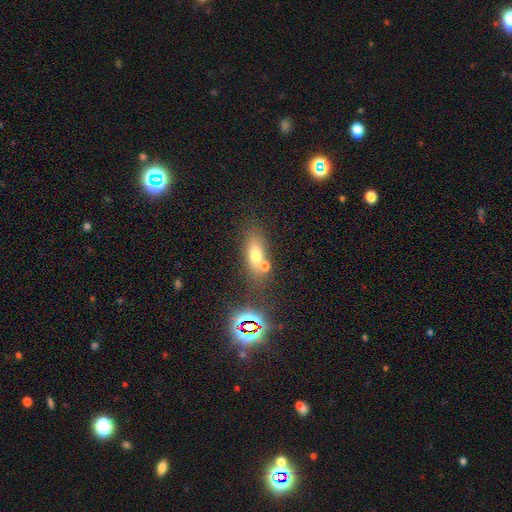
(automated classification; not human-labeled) smooth_or_featured: smooth (p=0.62) [alt: featured or disk p=0.21]
how_rounded: in between (p=0.67) [alt: cigar-shaped p=0.18]
merging: none (p=0.54) [alt: merger p=0.28]